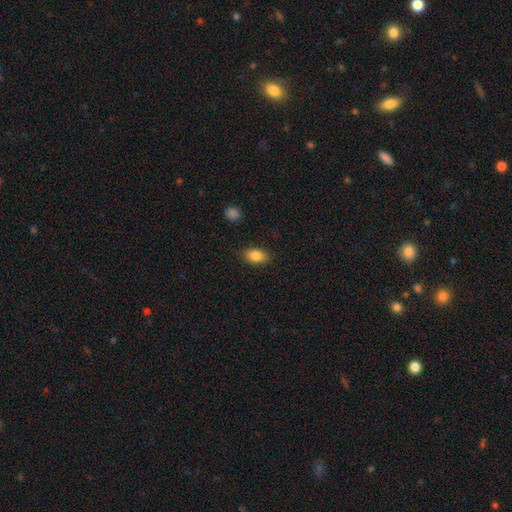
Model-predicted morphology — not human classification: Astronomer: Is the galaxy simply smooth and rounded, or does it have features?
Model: smooth — 86%.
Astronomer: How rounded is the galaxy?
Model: in between — 88%.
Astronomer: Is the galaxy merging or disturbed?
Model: none — 86%.